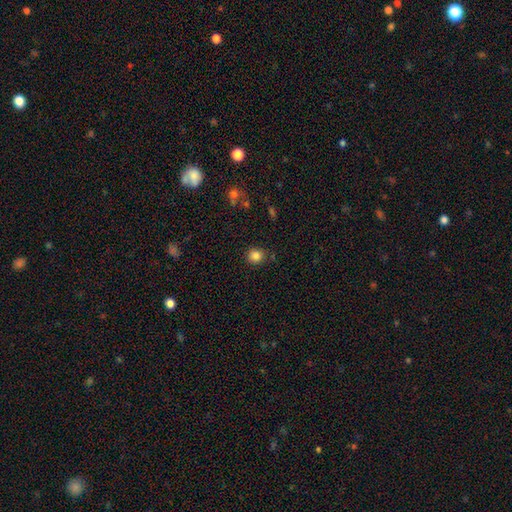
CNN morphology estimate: smooth-or-featured: smooth: 84% | star or artifact: 11% | featured or disk: 5%
  how-rounded: round: 88% | in between: 12% | cigar-shaped: 1%
  merging: none: 86% | minor disturbance: 9% | major disturbance: 3% | merger: 3%